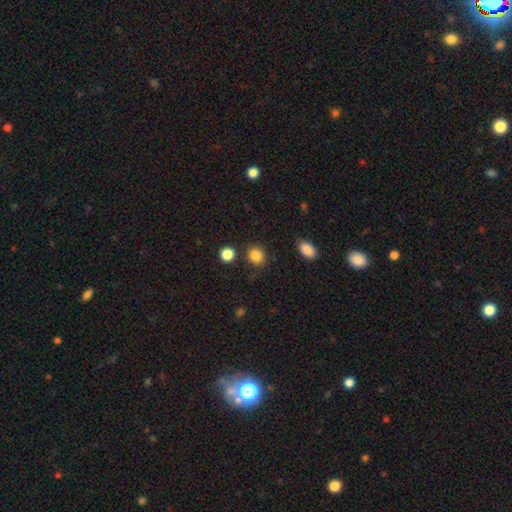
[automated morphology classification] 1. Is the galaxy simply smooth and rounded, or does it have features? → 86% smooth, 10% star or artifact, 4% featured or disk.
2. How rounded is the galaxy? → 78% round, 21% in between, 1% cigar-shaped.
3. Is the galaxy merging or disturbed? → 84% none, 9% minor disturbance, 4% merger, 3% major disturbance.